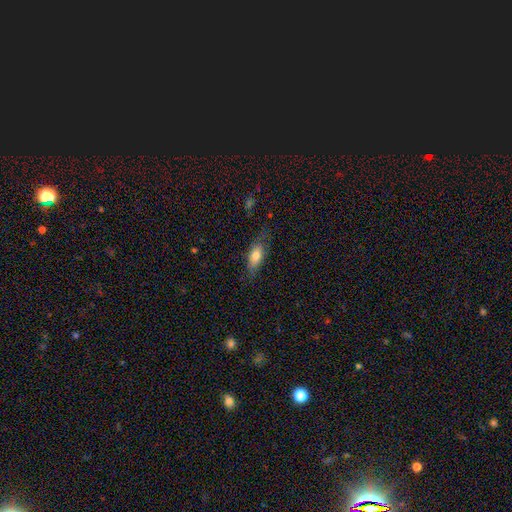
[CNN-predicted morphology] Q: Smooth or featured?
A: smooth (73%); runner-up: featured or disk (20%)
Q: How rounded?
A: in between (76%); runner-up: cigar-shaped (21%)
Q: Merging?
A: none (67%); runner-up: minor disturbance (23%)